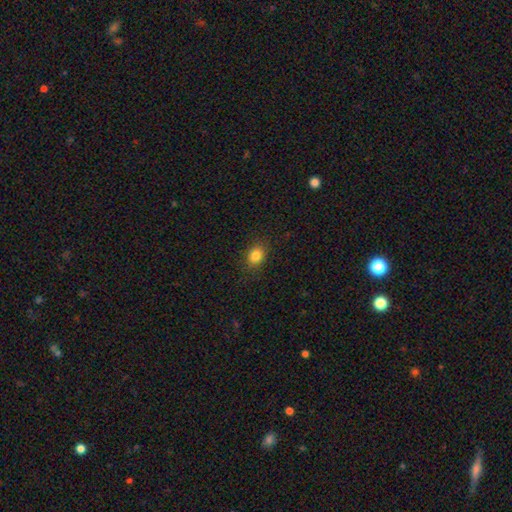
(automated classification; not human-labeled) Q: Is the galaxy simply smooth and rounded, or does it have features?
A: smooth — 84%.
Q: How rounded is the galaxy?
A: in between — 57%.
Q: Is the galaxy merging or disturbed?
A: none — 87%.